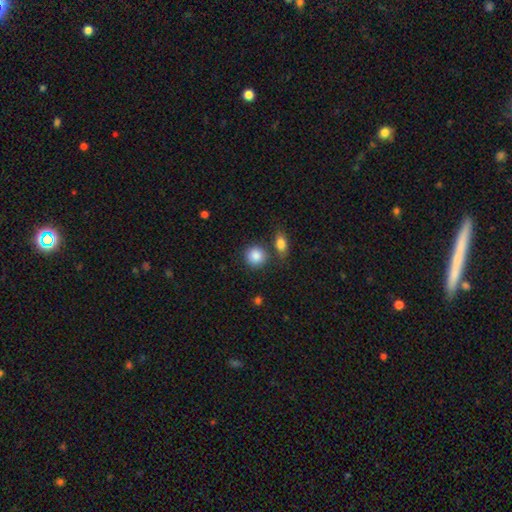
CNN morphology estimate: This is clearly a smooth galaxy (87%). How rounded: clearly round (87%). Merging: likely none (75%).